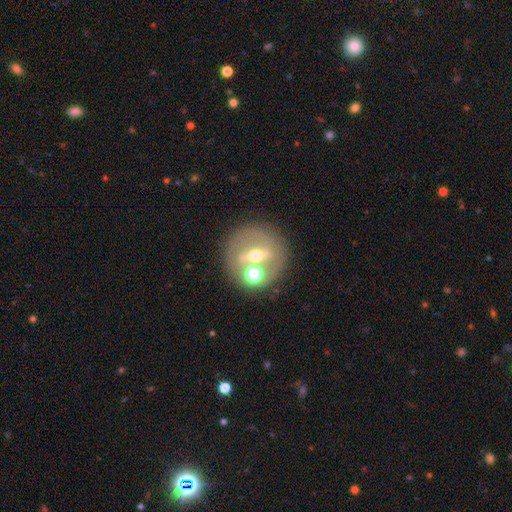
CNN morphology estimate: The model was most divided on "smooth or featured": featured or disk: 56%, smooth: 31%, star or artifact: 13%. More confident: edge-on disk — no (87%); merging — none (67%).